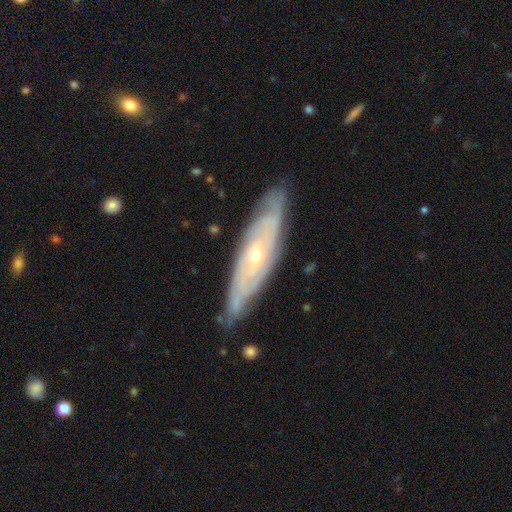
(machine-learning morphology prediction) Q: Smooth or featured?
A: featured or disk (79%); runner-up: smooth (16%)
Q: Edge-on disk?
A: no (72%); runner-up: yes (28%)
Q: Bar?
A: no (72%); runner-up: weak (23%)
Q: Spiral arms?
A: yes (87%); runner-up: no (13%)
Q: Bulge size?
A: small (60%); runner-up: moderate (37%)
Q: Merging?
A: none (77%); runner-up: minor disturbance (18%)